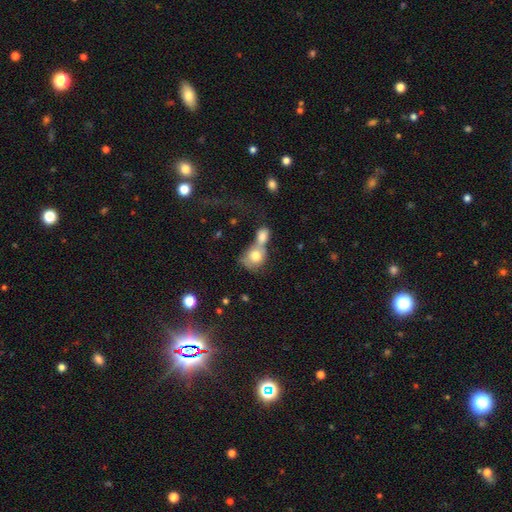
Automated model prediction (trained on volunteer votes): Smooth or featured? Predicted: smooth (p=0.73). How rounded? Predicted: round (p=0.63). Merging? Predicted: merger (p=0.72).